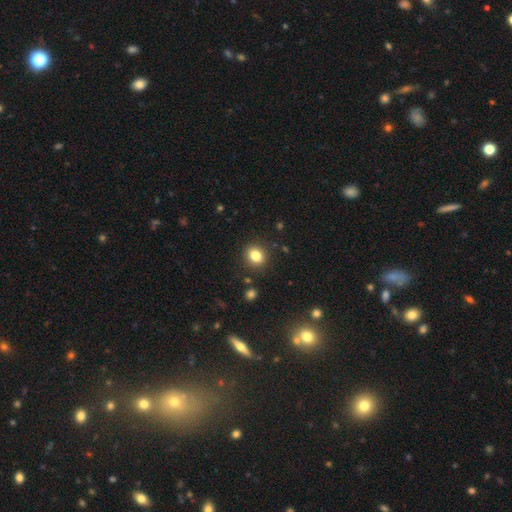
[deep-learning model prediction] smooth-or-featured: smooth: 83% | star or artifact: 11% | featured or disk: 7%
  how-rounded: round: 64% | in between: 35% | cigar-shaped: 1%
  merging: none: 88% | minor disturbance: 8% | major disturbance: 3% | merger: 2%